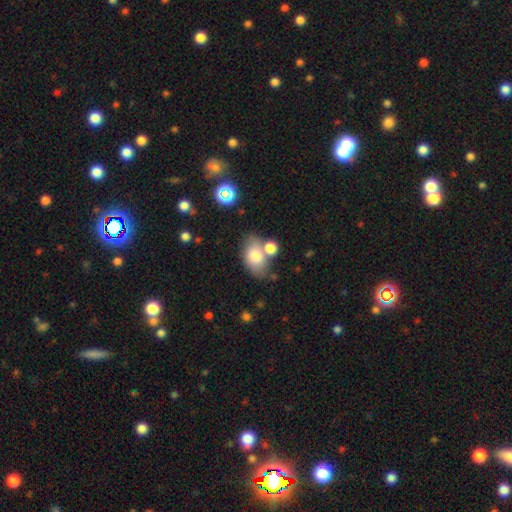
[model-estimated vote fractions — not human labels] smooth 76%, featured or disk 15%, star or artifact 9%. Down the decision tree: how rounded — in between (86%); merging — none (56%).